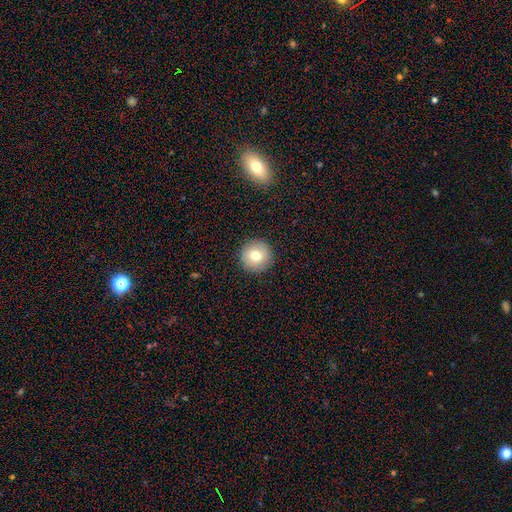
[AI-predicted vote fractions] A smooth galaxy with no disk features (75%) that is round (96%). Merging: none (92%).